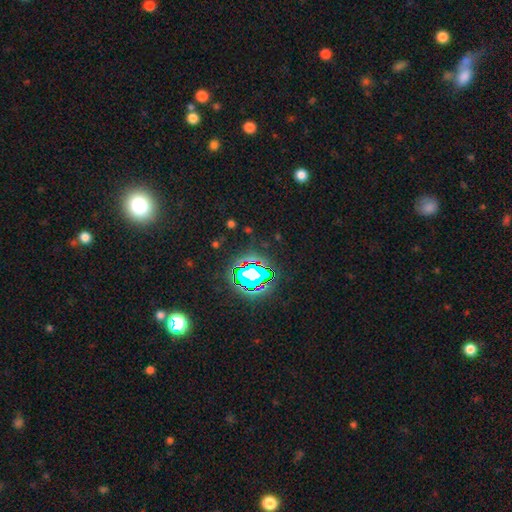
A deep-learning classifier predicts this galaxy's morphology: This appears to be a star or artifact, not a galaxy (79%).